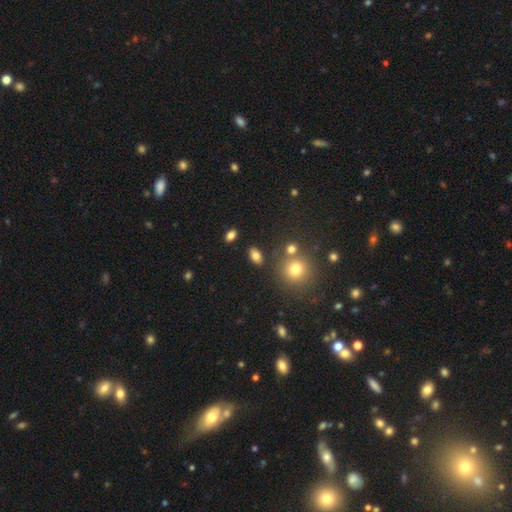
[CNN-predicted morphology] type=smooth (80%); roundness=in between (86%); merging=none (82%).